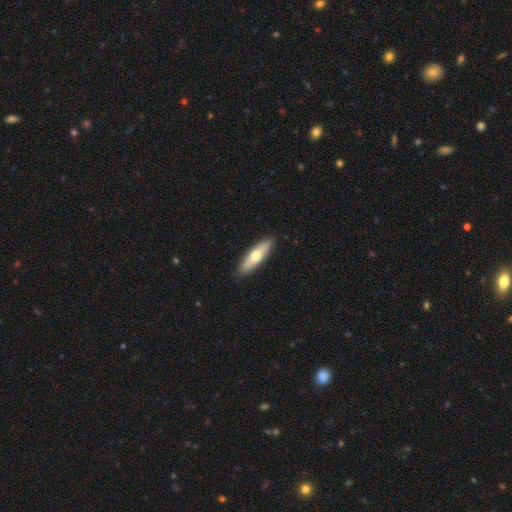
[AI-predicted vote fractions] This is likely a smooth galaxy (61%). How rounded: likely cigar-shaped (62%). Merging: clearly none (90%).